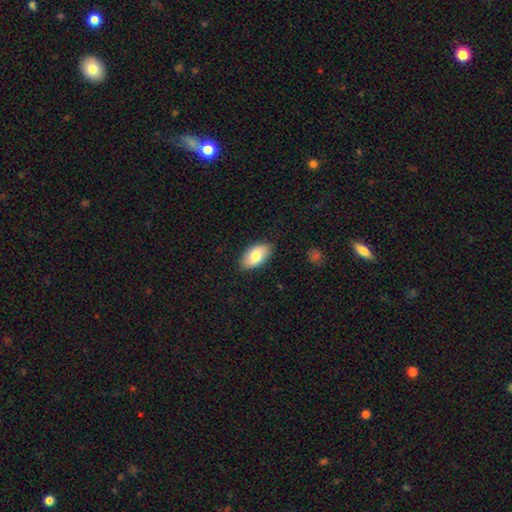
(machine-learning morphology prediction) smooth-or-featured: smooth: 78% | featured or disk: 16% | star or artifact: 6%
  how-rounded: in between: 94% | round: 3% | cigar-shaped: 2%
  merging: none: 86% | minor disturbance: 11% | major disturbance: 2% | merger: 1%